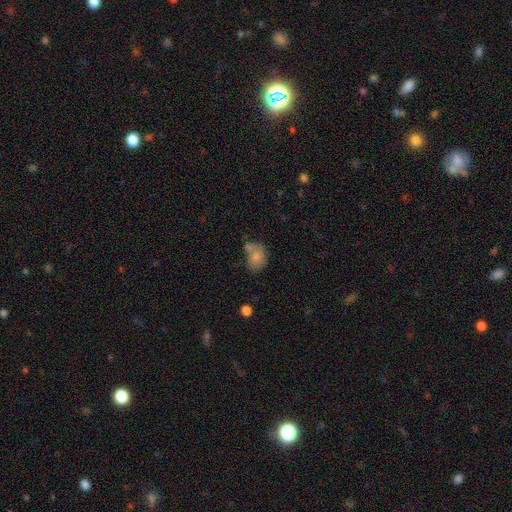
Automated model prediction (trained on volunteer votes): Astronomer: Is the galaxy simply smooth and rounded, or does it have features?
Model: smooth — 76%.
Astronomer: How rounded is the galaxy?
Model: in between — 69%.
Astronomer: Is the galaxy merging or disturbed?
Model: none — 36% (runner-up: merger, 33%).